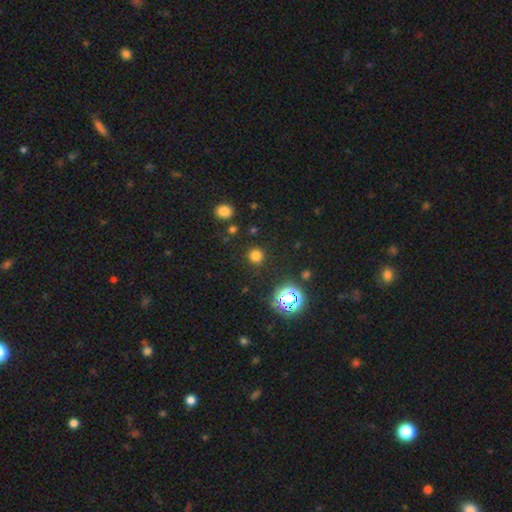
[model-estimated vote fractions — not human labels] smooth 74%, star or artifact 21%, featured or disk 5%. Down the decision tree: how rounded — round (93%); merging — none (90%).